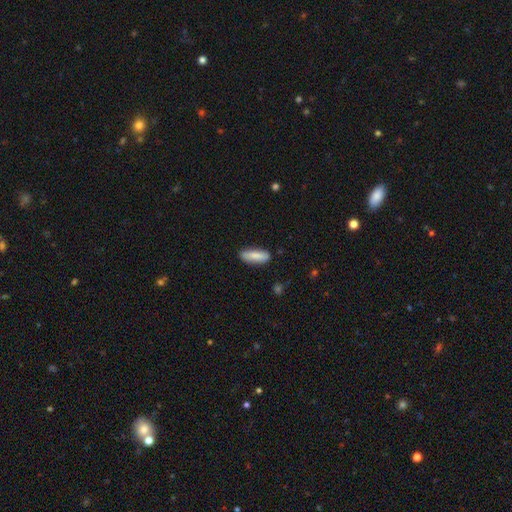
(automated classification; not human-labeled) Morphology: type=smooth (83%); roundness=in between (52%); merging=none (85%).